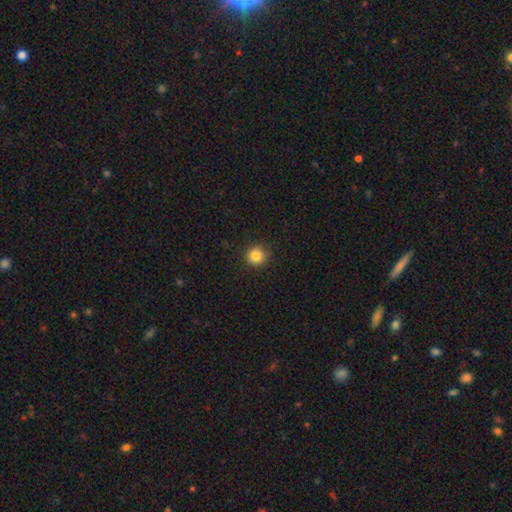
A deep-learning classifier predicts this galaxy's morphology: Smooth or featured? smooth (85%)
How rounded? round (95%)
Merging? none (90%)